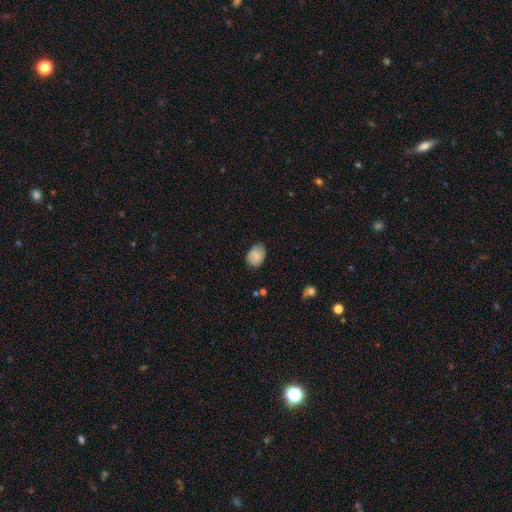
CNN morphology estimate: smooth_or_featured: smooth (p=0.80) [alt: featured or disk p=0.12]
how_rounded: in between (p=0.67) [alt: round p=0.32]
merging: none (p=0.66) [alt: minor disturbance p=0.27]